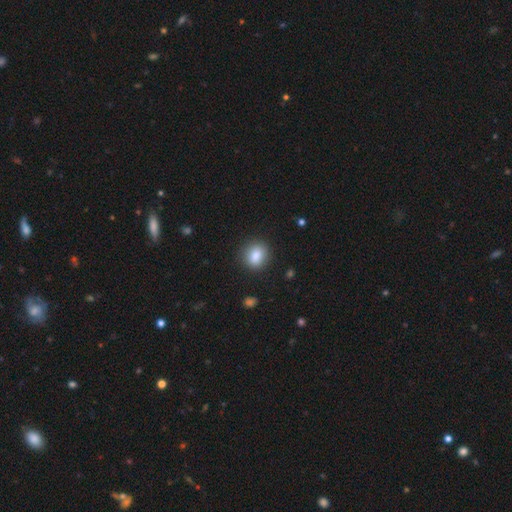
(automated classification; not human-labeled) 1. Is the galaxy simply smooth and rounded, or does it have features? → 85% smooth, 9% star or artifact, 6% featured or disk.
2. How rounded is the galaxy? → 71% round, 28% in between, 1% cigar-shaped.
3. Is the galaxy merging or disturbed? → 86% none, 9% minor disturbance, 3% major disturbance, 2% merger.